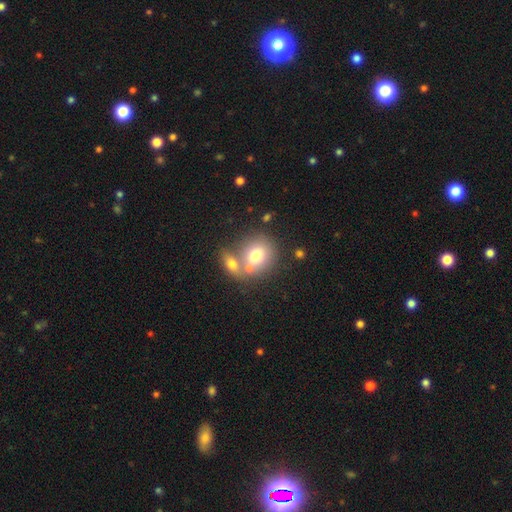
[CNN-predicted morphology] Smooth or featured? smooth (73%)
How rounded? round (67%)
Merging? none (44%)